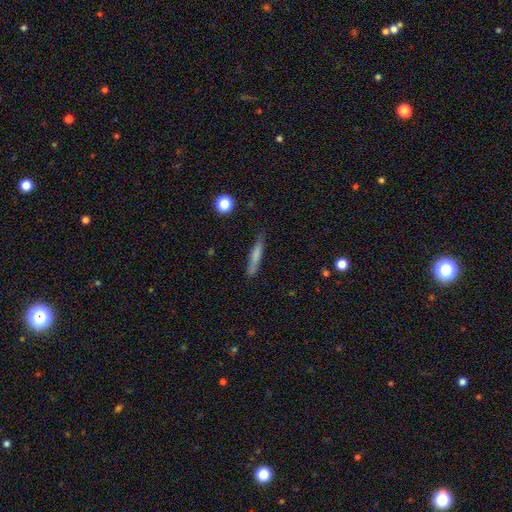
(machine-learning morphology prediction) Smooth or featured: smooth — 69% (featured or disk — 23%)
How rounded: cigar-shaped — 91% (in between — 7%)
Merging: none — 80% (minor disturbance — 15%)